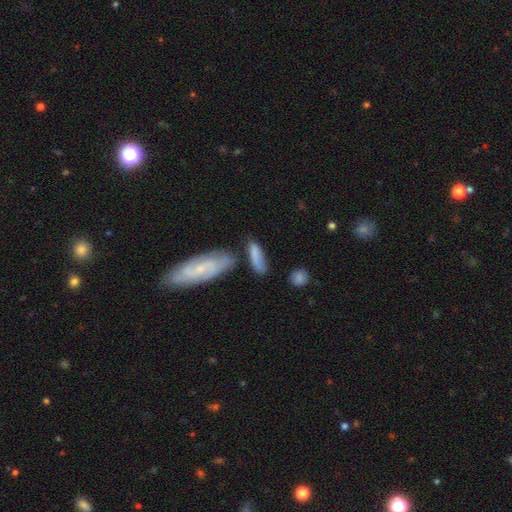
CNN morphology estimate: smooth-or-featured: smooth: 73% | featured or disk: 19% | star or artifact: 7%
  how-rounded: in between: 50% | cigar-shaped: 47% | round: 3%
  merging: none: 48% | minor disturbance: 24% | merger: 18% | major disturbance: 10%